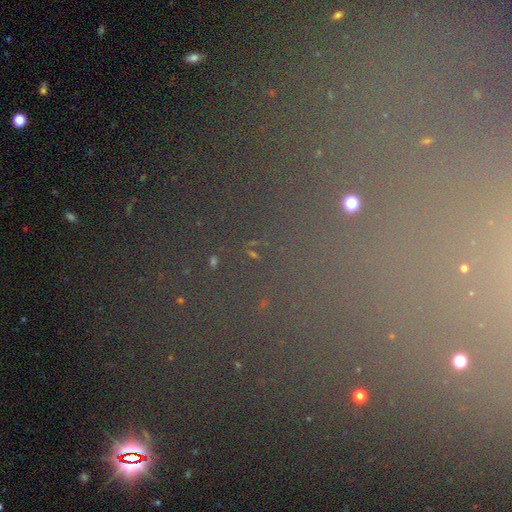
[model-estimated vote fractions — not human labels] Smooth or featured? Predicted: star or artifact (p=0.69).